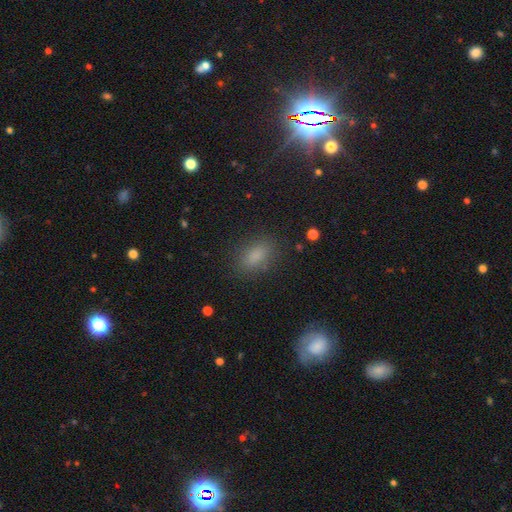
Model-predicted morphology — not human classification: smooth 81%, star or artifact 13%, featured or disk 7%. Down the decision tree: how rounded — in between (86%); merging — none (84%).